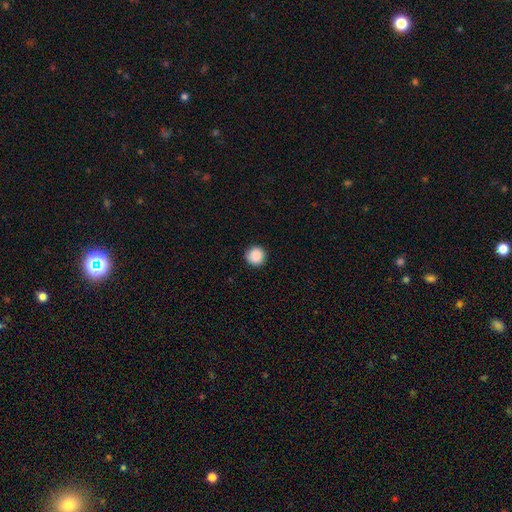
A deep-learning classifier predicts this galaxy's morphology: A smooth galaxy with no disk features (89%) that is round (95%).

Vote fractions:
- Smooth or featured? smooth: 89% / star or artifact: 9% / featured or disk: 3%
- How rounded? round: 95% / in between: 4% / cigar-shaped: 1%
- Merging? none: 91% / minor disturbance: 7% / major disturbance: 2% / merger: 1%